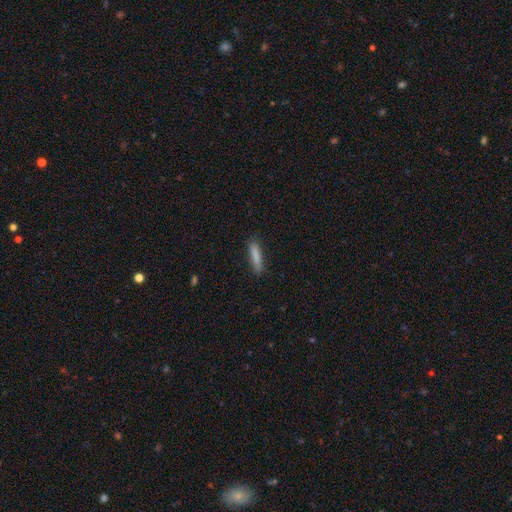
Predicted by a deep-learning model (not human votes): Smooth or featured?
  - smooth: 83% *
  - featured or disk: 10%
  - star or artifact: 7%
How rounded?
  - cigar-shaped: 83% *
  - in between: 15%
  - round: 1%
Merging?
  - none: 84% *
  - minor disturbance: 12%
  - major disturbance: 3%
  - merger: 1%